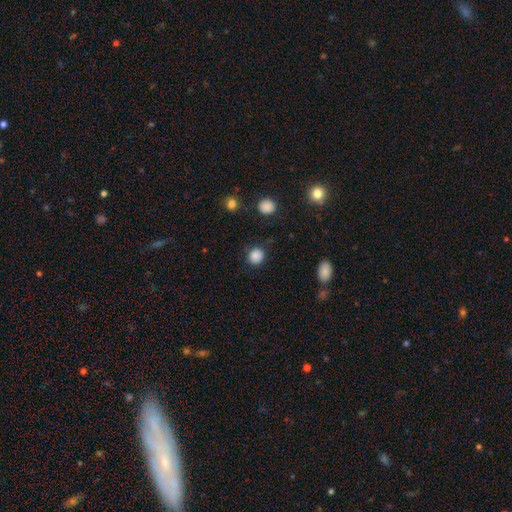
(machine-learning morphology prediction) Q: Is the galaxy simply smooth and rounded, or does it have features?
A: smooth — 86%.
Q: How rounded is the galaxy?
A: round — 85%.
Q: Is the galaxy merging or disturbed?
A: none — 85%.